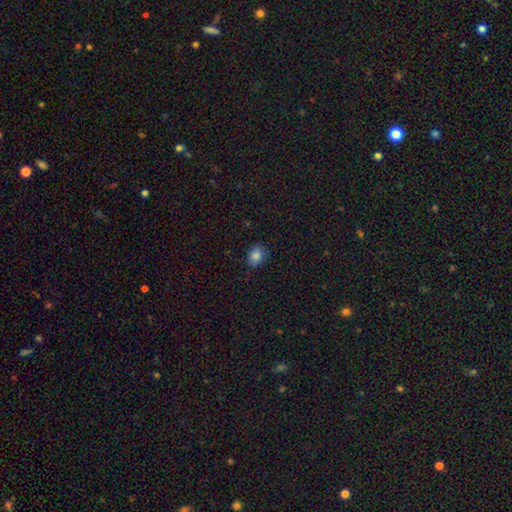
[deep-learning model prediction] Smooth or featured? Predicted: smooth (p=0.84). How rounded? Predicted: round (p=0.56). Merging? Predicted: none (p=0.76).